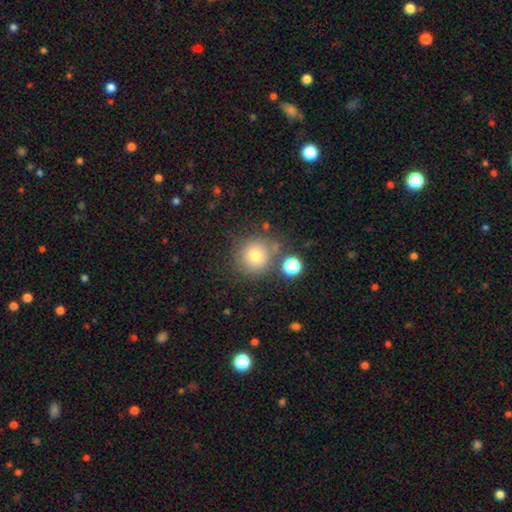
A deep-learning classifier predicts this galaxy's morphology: smooth-or-featured: smooth: 74% | star or artifact: 14% | featured or disk: 12%
  how-rounded: round: 93% | in between: 6% | cigar-shaped: 1%
  merging: none: 75% | minor disturbance: 11% | merger: 9% | major disturbance: 5%